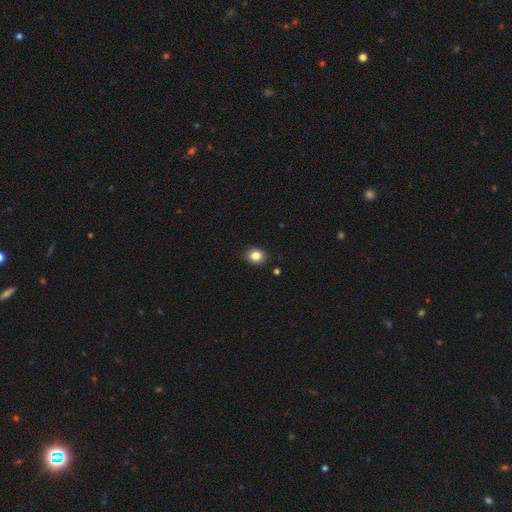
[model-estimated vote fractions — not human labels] smooth-or-featured: smooth: 84% | star or artifact: 10% | featured or disk: 5%
  how-rounded: round: 65% | in between: 34% | cigar-shaped: 1%
  merging: none: 90% | minor disturbance: 7% | major disturbance: 2% | merger: 1%